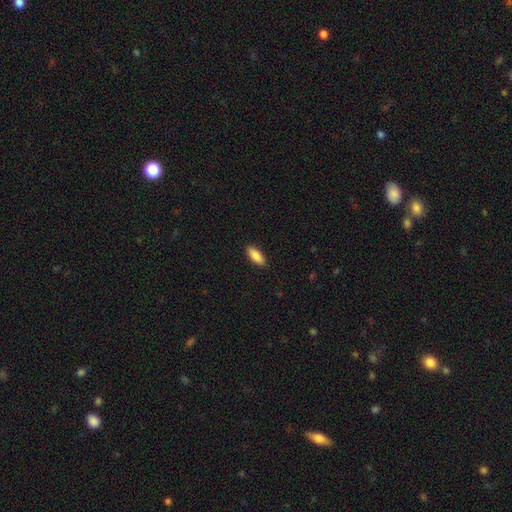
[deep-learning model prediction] Smooth or featured? Predicted: smooth (p=0.88). How rounded? Predicted: in between (p=0.77). Merging? Predicted: none (p=0.89).